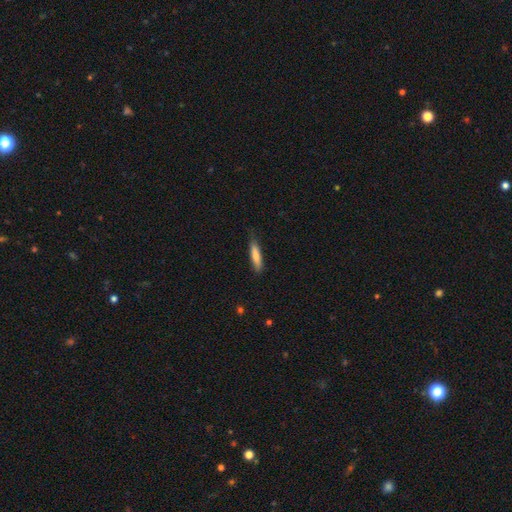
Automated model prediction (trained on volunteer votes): Overall: smooth (74%). How rounded: cigar-shaped (78%). Merging: none (79%).